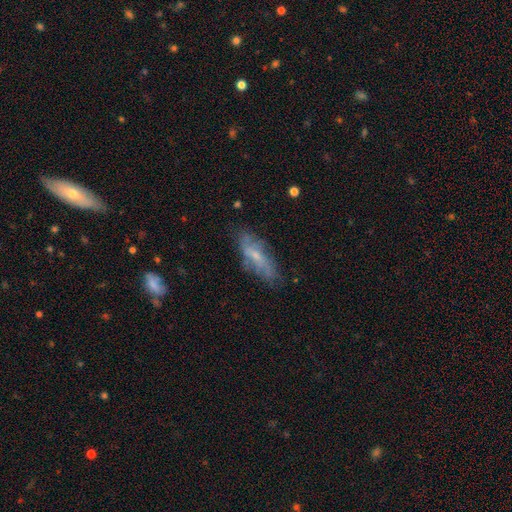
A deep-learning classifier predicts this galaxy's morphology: A featured or disk galaxy (49%). Merging: none (65%).